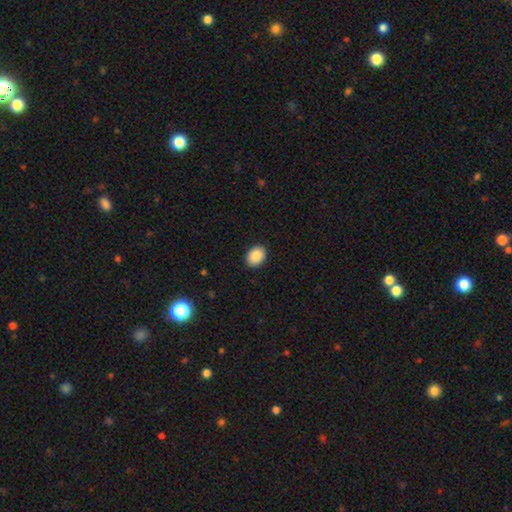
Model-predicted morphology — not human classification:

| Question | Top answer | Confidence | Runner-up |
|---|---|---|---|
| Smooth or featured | smooth | 89% | star or artifact (8%) |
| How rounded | in between | 65% | round (34%) |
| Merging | none | 91% | minor disturbance (7%) |